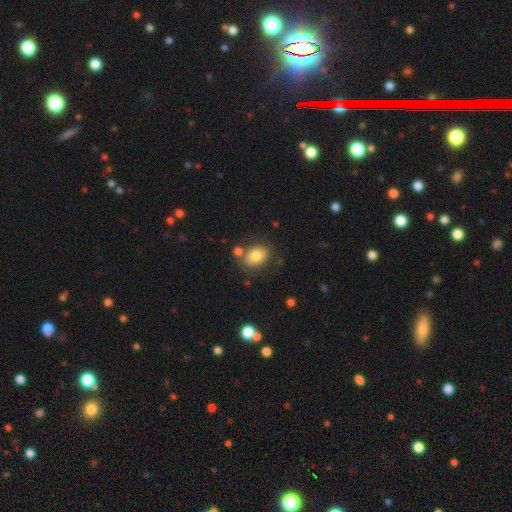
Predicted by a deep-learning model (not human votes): This appears to be a smooth galaxy with no disk features (78%) that is in between round and cigar-shaped (74%). Merging: none (68%).